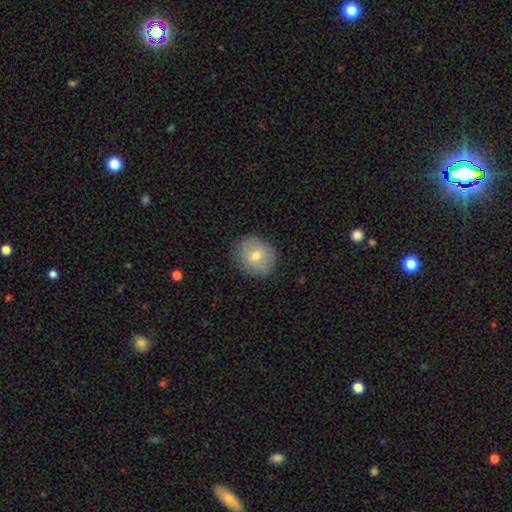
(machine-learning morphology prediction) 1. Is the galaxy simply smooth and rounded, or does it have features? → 68% smooth, 24% featured or disk, 8% star or artifact.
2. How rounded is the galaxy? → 71% round, 28% in between, 1% cigar-shaped.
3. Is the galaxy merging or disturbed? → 83% none, 13% minor disturbance, 4% major disturbance, 1% merger.